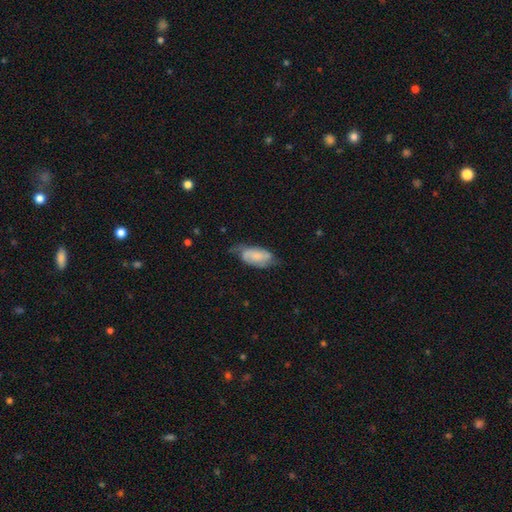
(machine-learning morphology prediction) The model was most divided on "merging": none: 46%, minor disturbance: 37%, major disturbance: 15%, merger: 2%. More confident: how rounded — in between (91%); smooth or featured — smooth (52%).